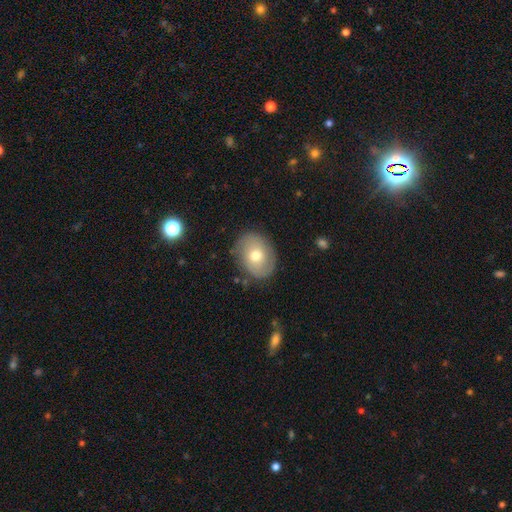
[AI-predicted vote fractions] A smooth galaxy with no disk features (56%) that is in between round and cigar-shaped (58%). Merging: none (81%).